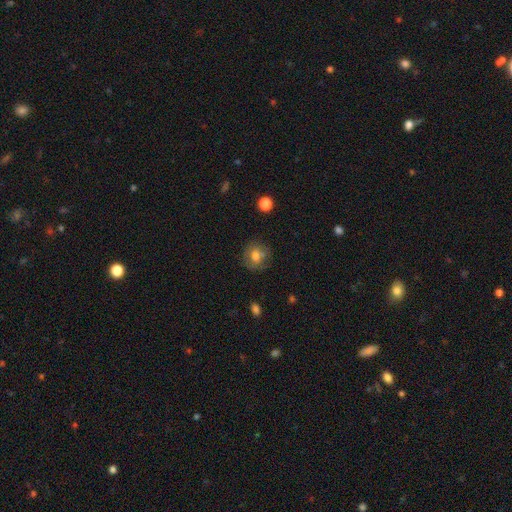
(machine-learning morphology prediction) smooth 72%, featured or disk 18%, star or artifact 11%. Down the decision tree: how rounded — round (79%); merging — none (72%).